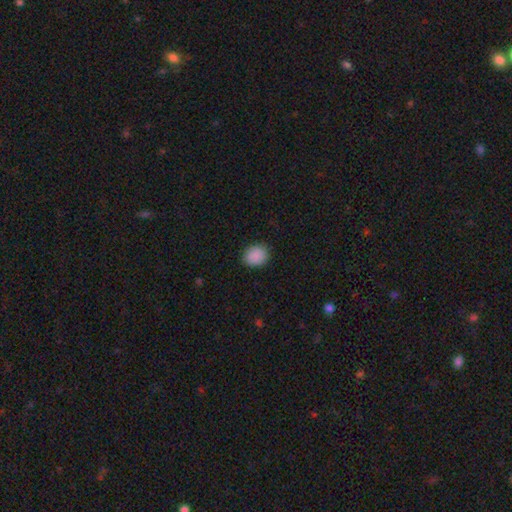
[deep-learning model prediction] Overall: smooth (90%). How rounded: round (60%; in between 39%). Merging: none (88%).